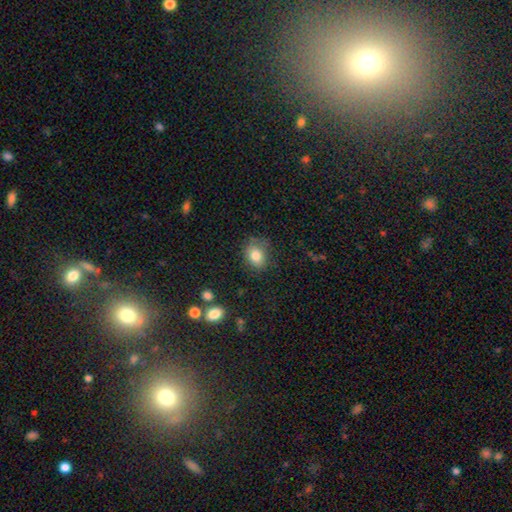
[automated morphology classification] A smooth galaxy with no disk features (81%) that is in between round and cigar-shaped (55%).

Vote fractions:
- Smooth or featured? smooth: 81% / star or artifact: 10% / featured or disk: 9%
- How rounded? in between: 55% / round: 44% / cigar-shaped: 1%
- Merging? none: 69% / minor disturbance: 22% / major disturbance: 7% / merger: 2%